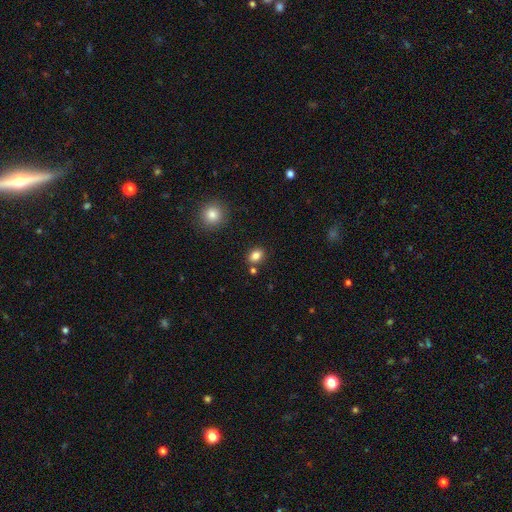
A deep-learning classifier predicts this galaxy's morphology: The model was most divided on "how rounded": in between: 67%, round: 32%, cigar-shaped: 1%. More confident: smooth or featured — smooth (84%); merging — none (80%).